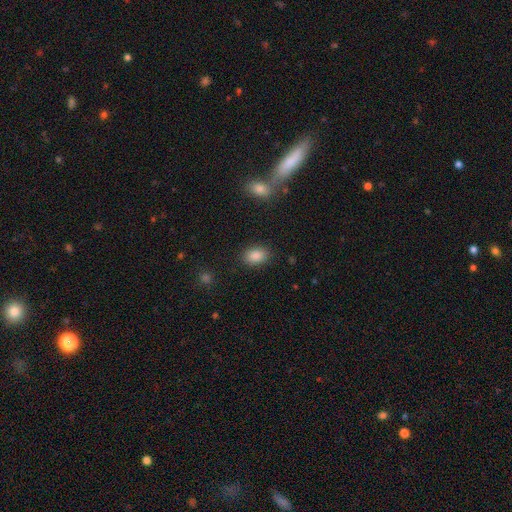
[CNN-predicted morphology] Smooth or featured? Predicted: smooth (p=0.87). How rounded? Predicted: in between (p=0.82). Merging? Predicted: none (p=0.87).